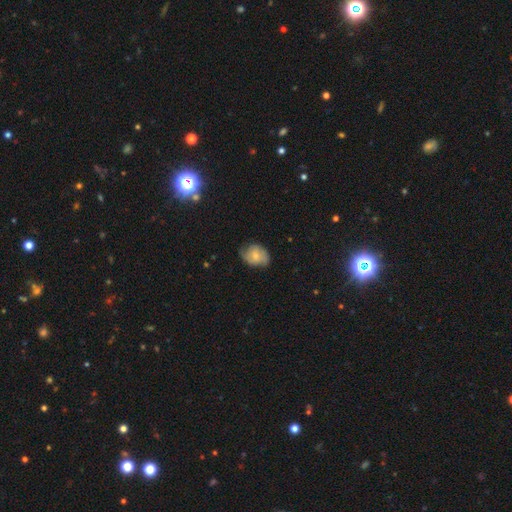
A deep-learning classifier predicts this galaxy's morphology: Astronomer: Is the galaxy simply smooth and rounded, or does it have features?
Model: smooth — 57% (runner-up: featured or disk, 35%).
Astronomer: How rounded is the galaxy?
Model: in between — 65%.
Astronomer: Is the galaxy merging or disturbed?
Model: none — 63%.